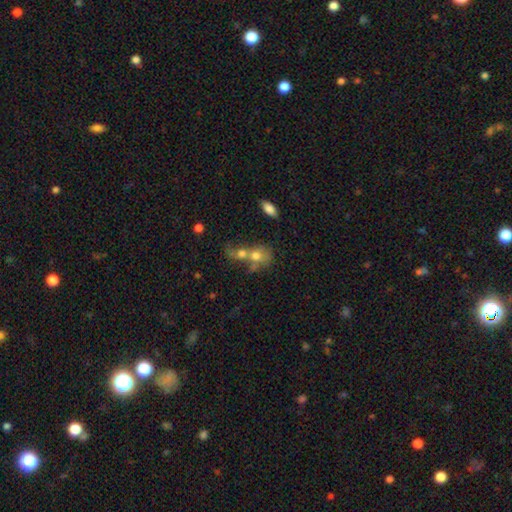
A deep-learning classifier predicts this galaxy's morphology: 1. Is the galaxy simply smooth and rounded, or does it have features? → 63% smooth, 24% featured or disk, 13% star or artifact.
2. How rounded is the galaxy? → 53% round, 45% in between, 3% cigar-shaped.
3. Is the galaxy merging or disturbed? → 68% merger, 18% none, 7% minor disturbance, 7% major disturbance.